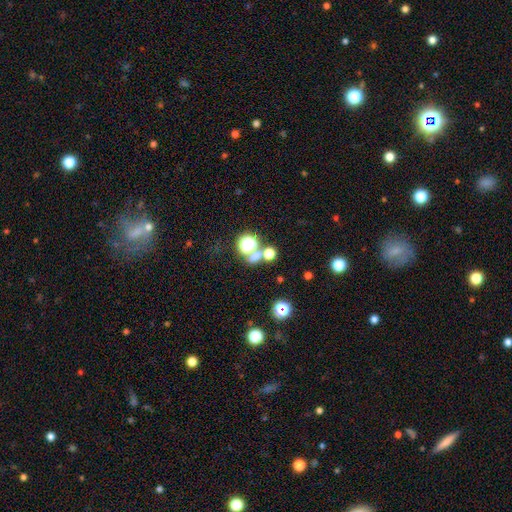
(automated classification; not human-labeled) This is possibly a smooth galaxy (53%). How rounded: likely round (78%). Merging: possibly none (60%).